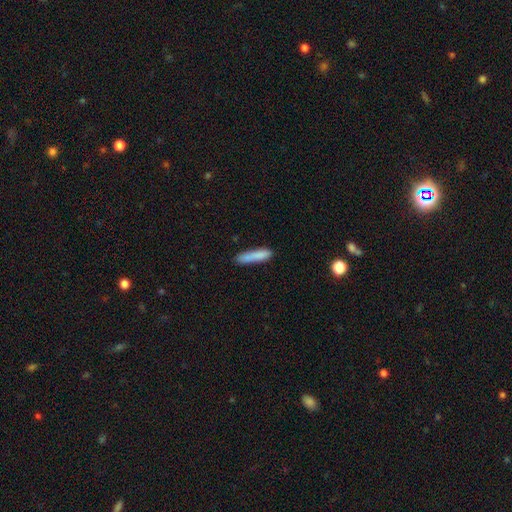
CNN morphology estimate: smooth 83%, featured or disk 10%, star or artifact 7%. Down the decision tree: how rounded — cigar-shaped (87%); merging — none (72%).